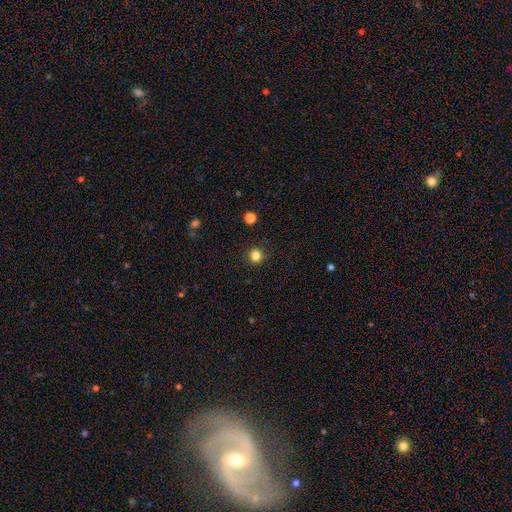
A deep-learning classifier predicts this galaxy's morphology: Smooth or featured? Predicted: smooth (p=0.83). How rounded? Predicted: round (p=0.91). Merging? Predicted: none (p=0.92).